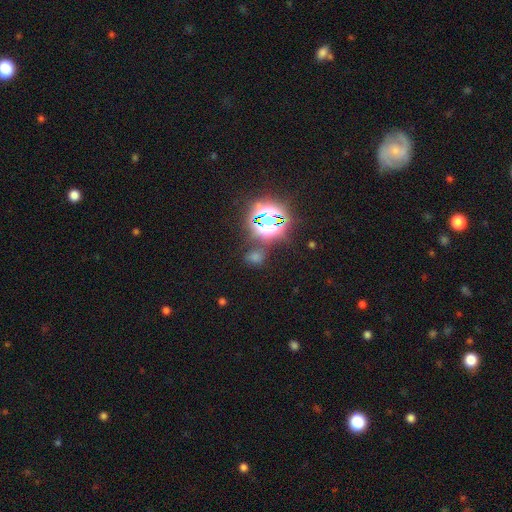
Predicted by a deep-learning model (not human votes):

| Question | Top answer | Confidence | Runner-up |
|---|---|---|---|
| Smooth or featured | star or artifact | 63% | smooth (28%) |